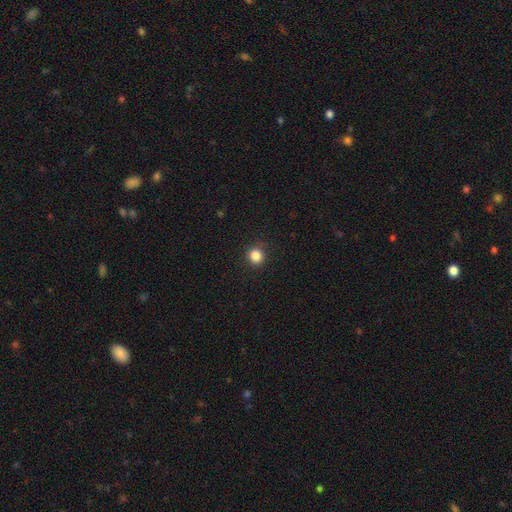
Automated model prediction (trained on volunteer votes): smooth-or-featured: smooth: 85% | star or artifact: 11% | featured or disk: 3%
  how-rounded: round: 89% | in between: 10% | cigar-shaped: 1%
  merging: none: 89% | minor disturbance: 8% | major disturbance: 2% | merger: 1%